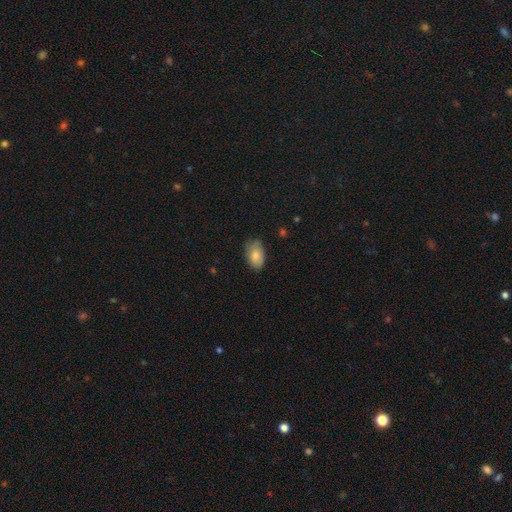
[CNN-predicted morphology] smooth 79%, featured or disk 14%, star or artifact 7%. Down the decision tree: how rounded — in between (90%); merging — none (70%).